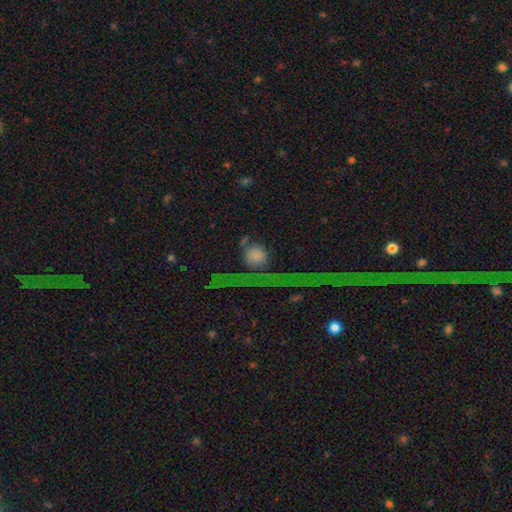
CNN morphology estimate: This appears to be a smooth galaxy with no disk features (61%) that is round (84%). Merging: none (51%).